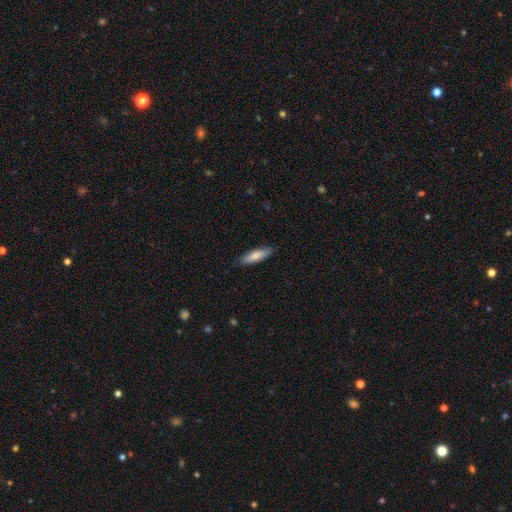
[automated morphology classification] Smooth or featured?
  - smooth: 78% *
  - featured or disk: 17%
  - star or artifact: 5%
How rounded?
  - cigar-shaped: 62% *
  - in between: 37%
  - round: 2%
Merging?
  - none: 84% *
  - minor disturbance: 13%
  - major disturbance: 2%
  - merger: 1%